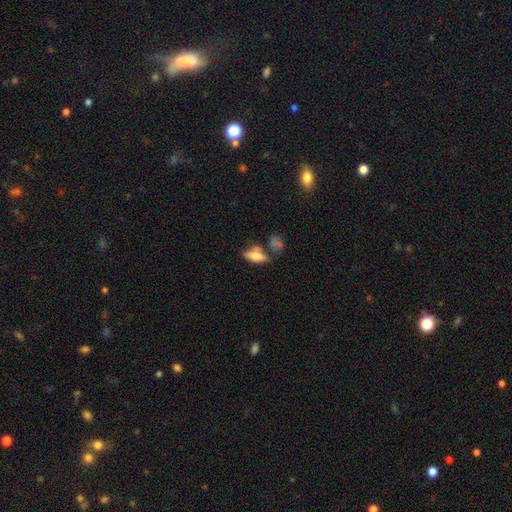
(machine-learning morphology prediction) Smooth or featured: smooth — 66% (featured or disk — 25%)
How rounded: in between — 70% (cigar-shaped — 26%)
Merging: none — 49% (merger — 23%)